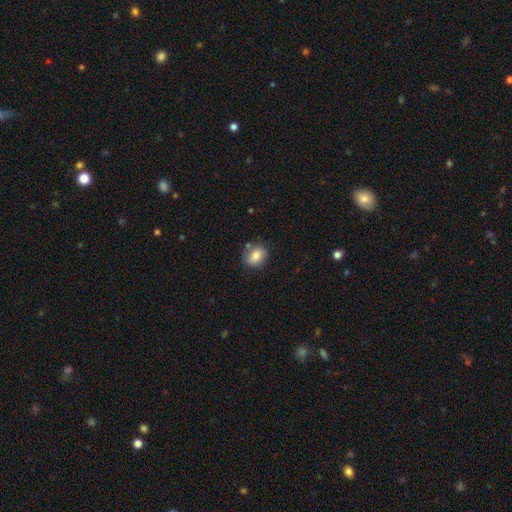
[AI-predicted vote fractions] Smooth or featured? smooth (78%)
How rounded? in between (50%)
Merging? none (75%)